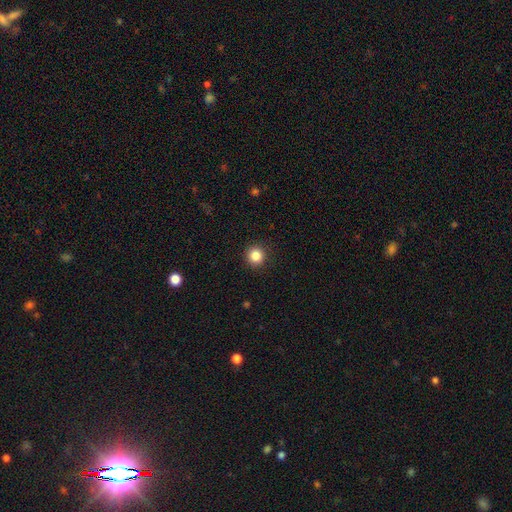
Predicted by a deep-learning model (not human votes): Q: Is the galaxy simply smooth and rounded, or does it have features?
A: smooth — 85%.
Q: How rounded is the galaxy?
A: round — 94%.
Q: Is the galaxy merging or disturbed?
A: none — 92%.